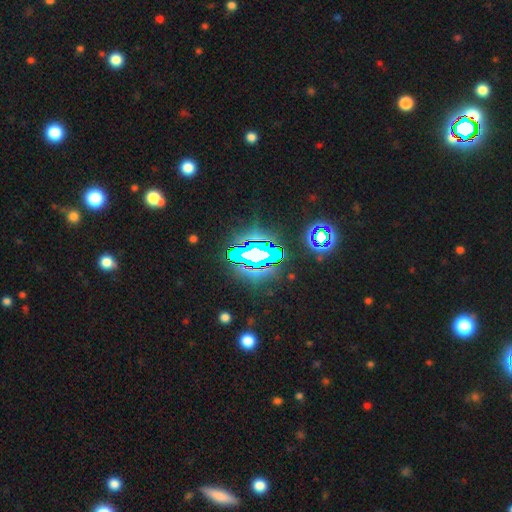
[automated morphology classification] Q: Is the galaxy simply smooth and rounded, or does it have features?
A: star or artifact — 76%.